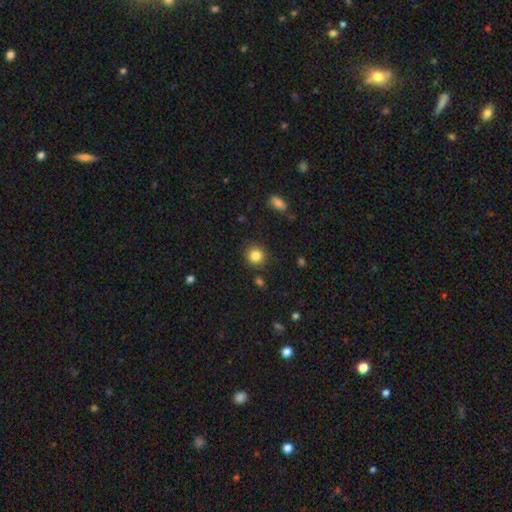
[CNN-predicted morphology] A smooth galaxy with no disk features (84%) that is round (90%).

Vote fractions:
- Smooth or featured? smooth: 84% / star or artifact: 11% / featured or disk: 5%
- How rounded? round: 90% / in between: 9% / cigar-shaped: 1%
- Merging? none: 88% / minor disturbance: 8% / major disturbance: 2% / merger: 2%